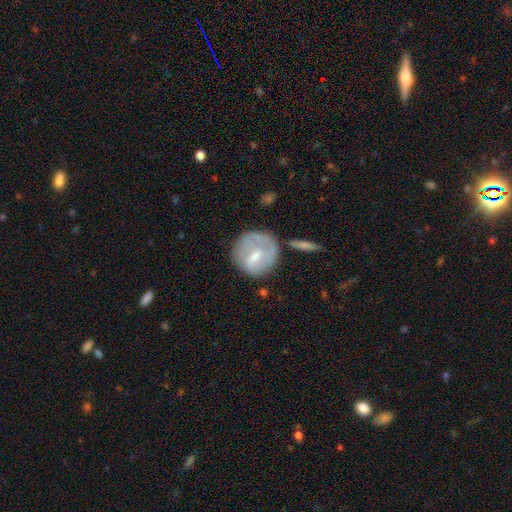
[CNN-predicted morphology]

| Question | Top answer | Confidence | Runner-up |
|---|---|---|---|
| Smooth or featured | smooth | 51% | featured or disk (42%) |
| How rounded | round | 86% | in between (13%) |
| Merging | none | 59% | minor disturbance (22%) |